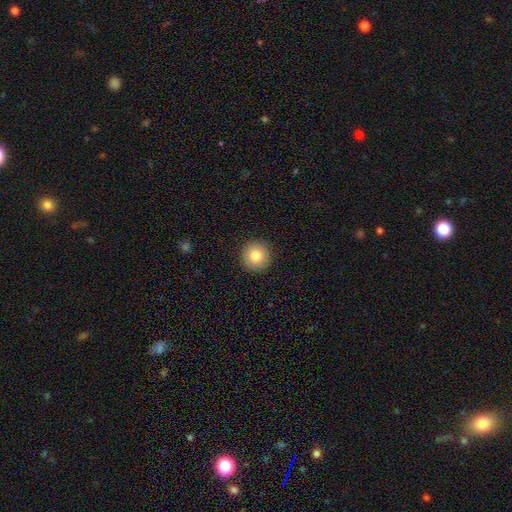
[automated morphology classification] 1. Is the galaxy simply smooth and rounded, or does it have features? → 82% smooth, 10% featured or disk, 8% star or artifact.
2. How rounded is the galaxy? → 95% round, 4% in between, 1% cigar-shaped.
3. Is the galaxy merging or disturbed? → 92% none, 5% minor disturbance, 2% major disturbance, 1% merger.